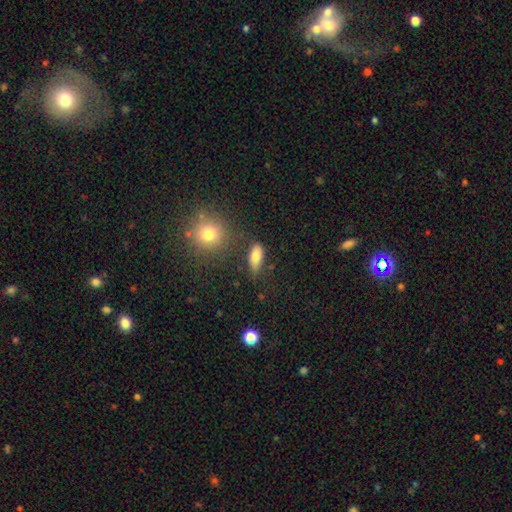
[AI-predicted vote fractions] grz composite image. It shows a smooth galaxy with no disk features (78%) that is in between round and cigar-shaped (75%). Merging: none (74%).